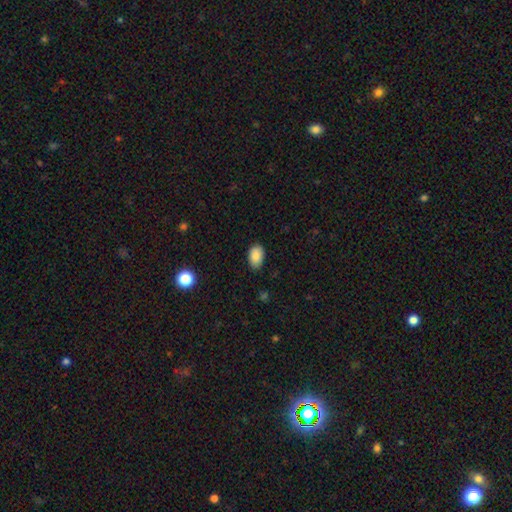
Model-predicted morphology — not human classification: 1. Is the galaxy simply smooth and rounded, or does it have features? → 87% smooth, 8% star or artifact, 5% featured or disk.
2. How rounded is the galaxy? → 89% in between, 10% round, 1% cigar-shaped.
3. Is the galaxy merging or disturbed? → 82% none, 14% minor disturbance, 2% major disturbance, 1% merger.